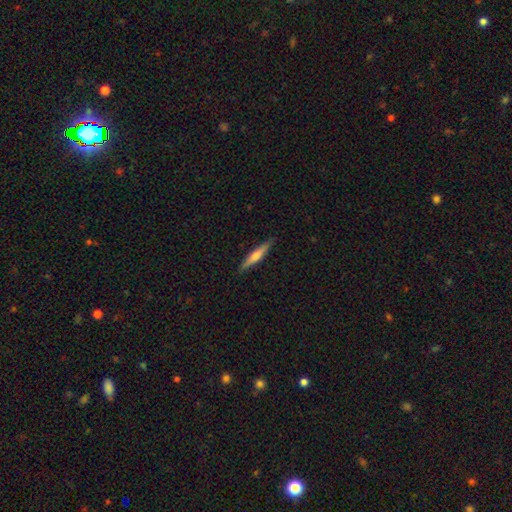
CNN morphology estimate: smooth_or_featured: featured or disk (p=0.49) [alt: smooth p=0.45]
merging: none (p=0.90) [alt: minor disturbance p=0.08]